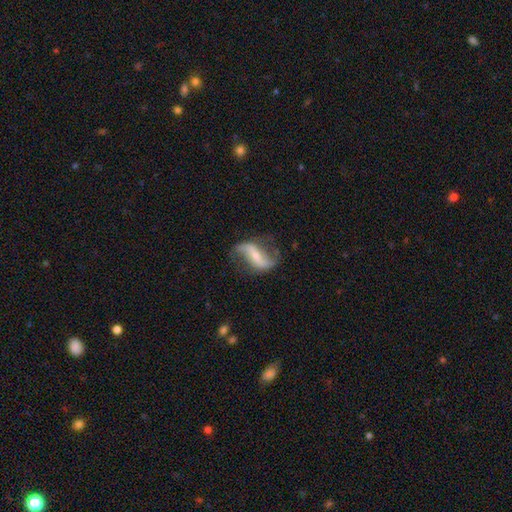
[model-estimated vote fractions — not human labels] Smooth or featured? featured or disk (83%)
Edge-on disk? no (93%)
Bar? strong (52%)
Spiral arms? yes (93%)
Spiral winding? loose (83%)
Spiral arm count? 2 (91%)
Bulge size? small (59%)
Merging? none (68%)